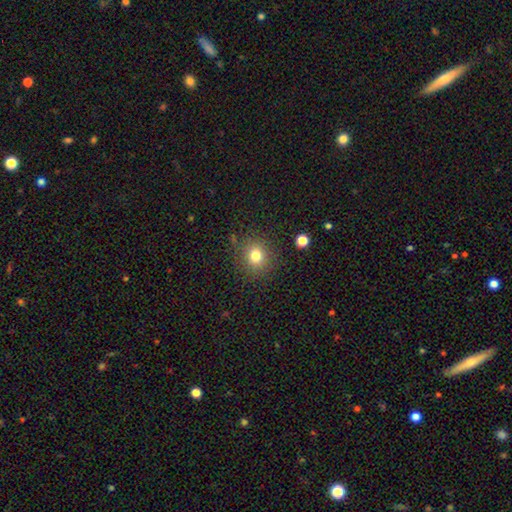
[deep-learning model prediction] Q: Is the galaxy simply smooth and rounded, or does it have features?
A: smooth — 79%.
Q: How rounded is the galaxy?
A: round — 85%.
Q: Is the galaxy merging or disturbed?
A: none — 86%.